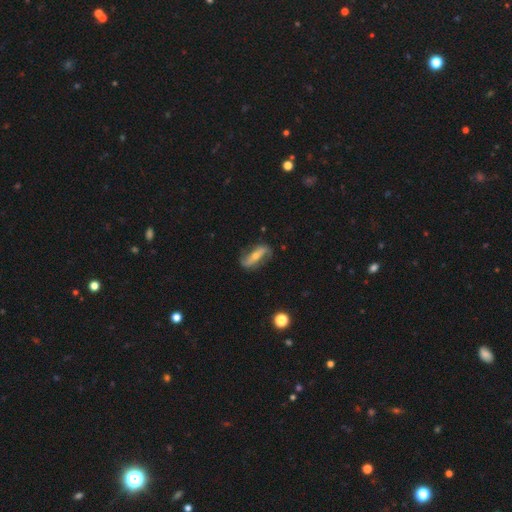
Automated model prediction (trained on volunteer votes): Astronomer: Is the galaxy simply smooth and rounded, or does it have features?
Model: featured or disk — 72%.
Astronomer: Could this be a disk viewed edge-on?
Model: no — 83%.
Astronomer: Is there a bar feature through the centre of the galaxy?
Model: strong — 56%.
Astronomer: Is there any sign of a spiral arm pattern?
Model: yes — 85%.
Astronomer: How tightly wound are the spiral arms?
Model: loose — 58%.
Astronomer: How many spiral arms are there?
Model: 2 — 89%.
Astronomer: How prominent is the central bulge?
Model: small — 52% (runner-up: moderate, 42%).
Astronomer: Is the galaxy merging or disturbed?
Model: none — 74%.